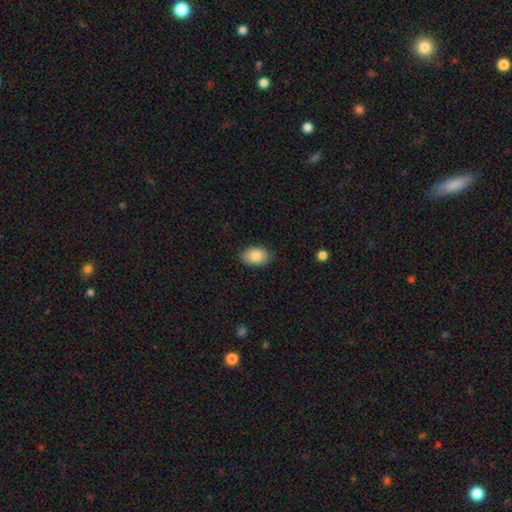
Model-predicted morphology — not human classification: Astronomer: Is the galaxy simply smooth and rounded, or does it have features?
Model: smooth — 84%.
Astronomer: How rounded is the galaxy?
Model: in between — 89%.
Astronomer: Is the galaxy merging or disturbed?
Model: none — 85%.